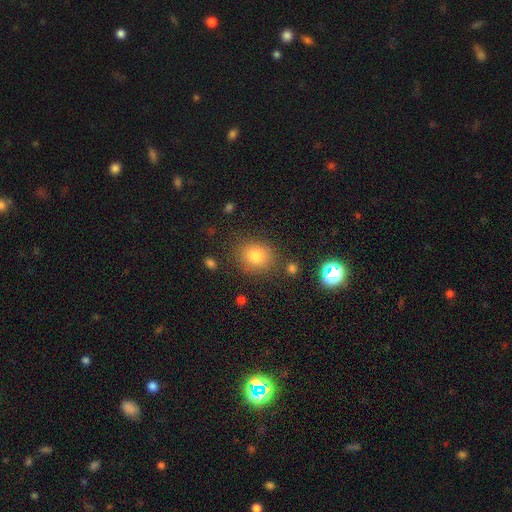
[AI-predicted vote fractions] Overall: smooth (79%). How rounded: round (78%). Merging: none (81%).